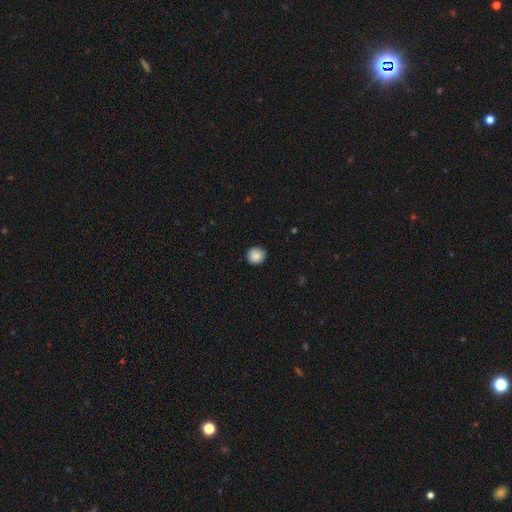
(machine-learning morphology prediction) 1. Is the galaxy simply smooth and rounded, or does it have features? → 87% smooth, 9% star or artifact, 4% featured or disk.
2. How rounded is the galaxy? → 91% round, 8% in between, 1% cigar-shaped.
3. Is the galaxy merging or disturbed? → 90% none, 8% minor disturbance, 2% major disturbance, 1% merger.